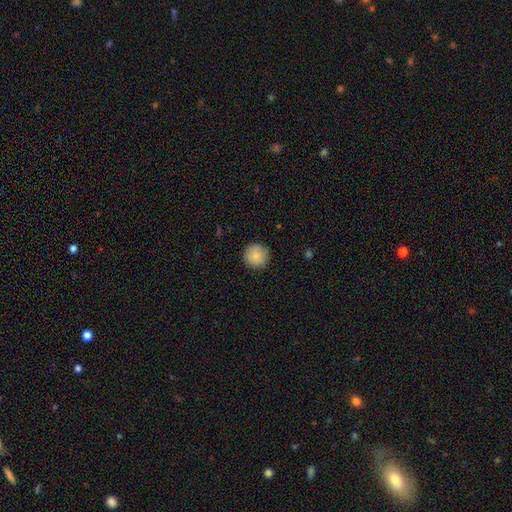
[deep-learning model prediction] smooth_or_featured: smooth (p=0.87) [alt: star or artifact p=0.08]
how_rounded: round (p=0.96) [alt: in between p=0.03]
merging: none (p=0.90) [alt: minor disturbance p=0.07]